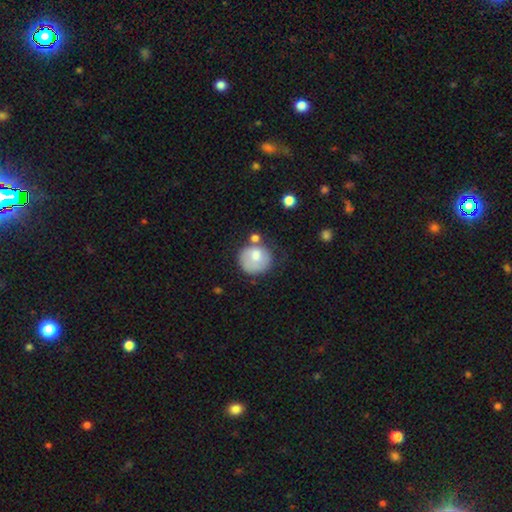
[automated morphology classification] This appears to be a smooth galaxy with no disk features (71%) that is round (87%). Merging: none (55%).